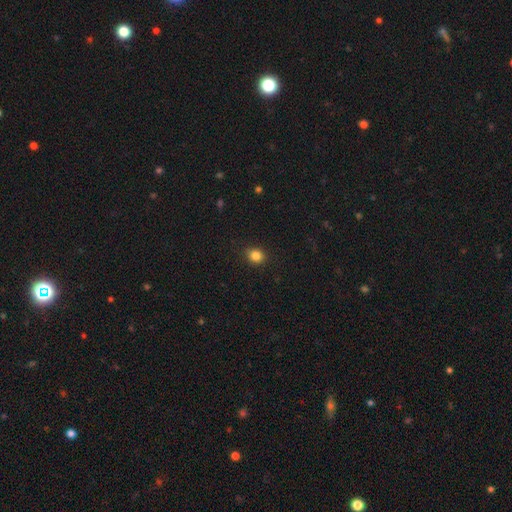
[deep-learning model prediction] Morphology: type=smooth (84%); roundness=round (73%); merging=none (87%).